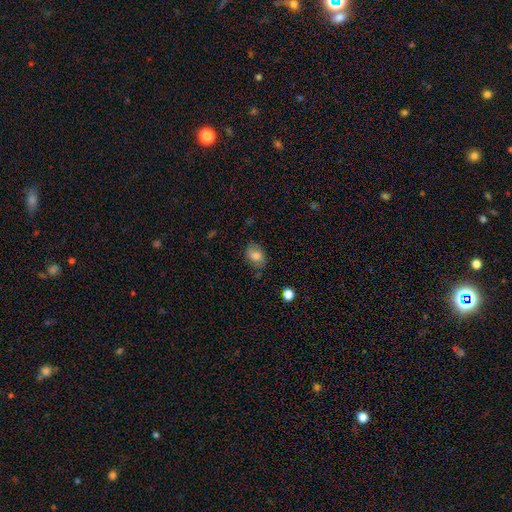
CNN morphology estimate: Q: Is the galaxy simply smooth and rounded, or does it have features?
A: smooth — 78%.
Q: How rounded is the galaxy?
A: in between — 79%.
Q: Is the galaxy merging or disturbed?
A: none — 72%.